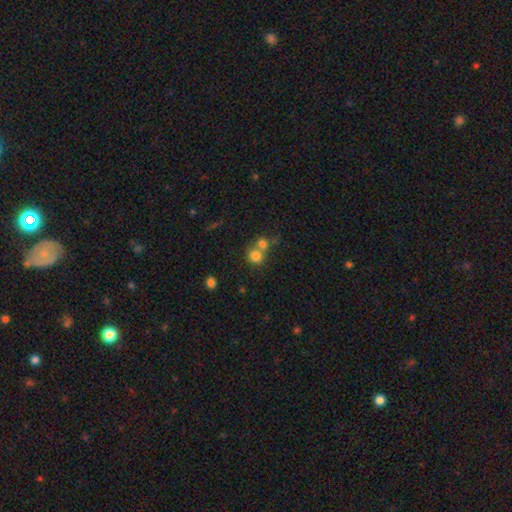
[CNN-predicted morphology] Smooth or featured?
  - smooth: 77% *
  - star or artifact: 12%
  - featured or disk: 10%
How rounded?
  - round: 86% *
  - in between: 13%
  - cigar-shaped: 1%
Merging?
  - merger: 51% *
  - none: 40%
  - minor disturbance: 6%
  - major disturbance: 3%